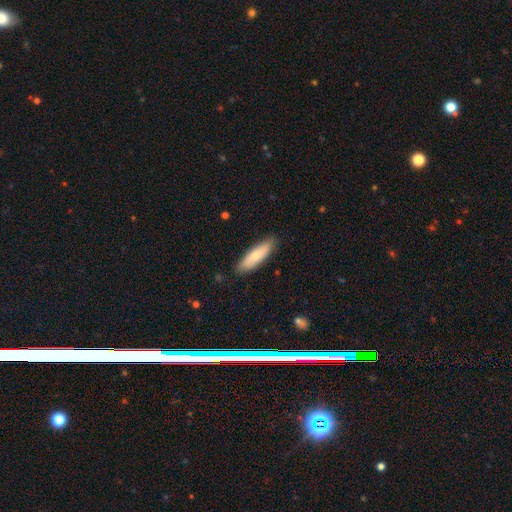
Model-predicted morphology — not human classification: smooth 73%, featured or disk 22%, star or artifact 5%. Down the decision tree: how rounded — cigar-shaped (58%); merging — none (86%).